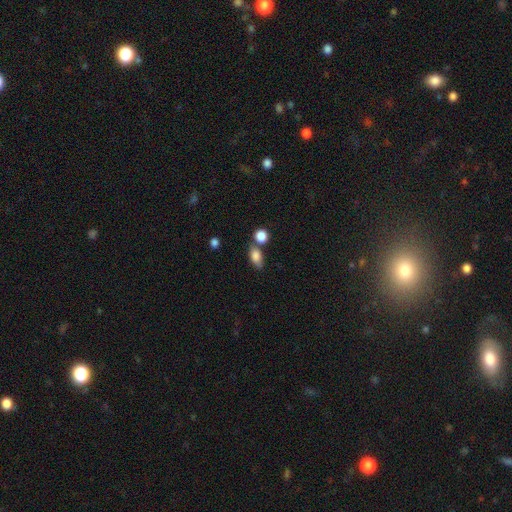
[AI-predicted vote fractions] The model was most divided on "merging": none: 54%, merger: 25%, minor disturbance: 15%, major disturbance: 5%. More confident: smooth or featured — smooth (82%); how rounded — in between (82%).